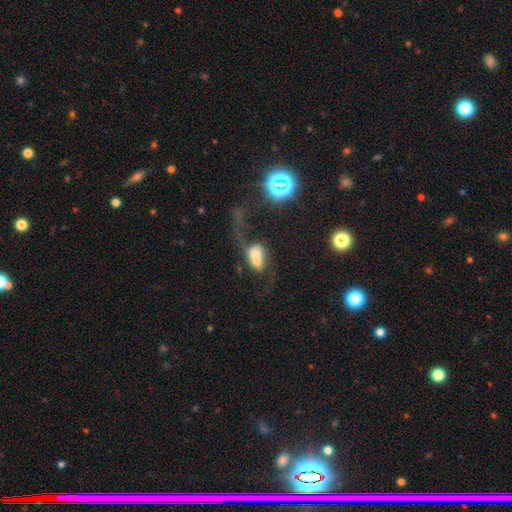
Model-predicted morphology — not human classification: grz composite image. It shows a smooth galaxy with no disk features (48%). Merging: merger (39%).